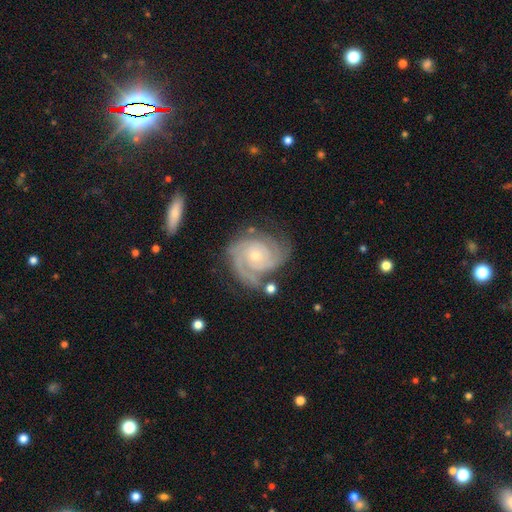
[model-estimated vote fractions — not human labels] A featured or disk galaxy (91%) with no bar (76%), 2 (41%) tight (73%) spiral arms (98%) and a small central bulge (67%).

Vote fractions:
- Smooth or featured? featured or disk: 91% / star or artifact: 5% / smooth: 5%
- Edge-on disk? no: 98% / yes: 2%
- Bar? no: 76% / weak: 19% / strong: 6%
- Spiral arms? yes: 98% / no: 2%
- Spiral winding? tight: 73% / medium: 24% / loose: 4%
- Spiral arm count? 2: 41% / 3: 32% / can't tell: 11% / 4: 7% / 1: 5% / more than 4: 4%
- Bulge size? small: 67% / moderate: 30% / large: 1% / none: 1% / dominant: 1%
- Merging? none: 69% / minor disturbance: 19% / major disturbance: 8% / merger: 4%